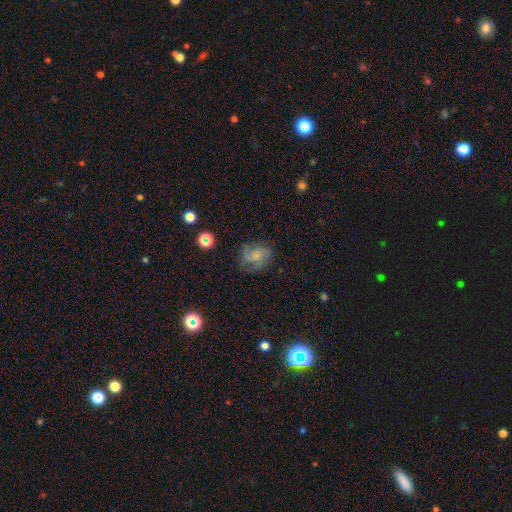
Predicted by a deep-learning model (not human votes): Smooth or featured?
  - smooth: 59% *
  - featured or disk: 26%
  - star or artifact: 15%
How rounded?
  - round: 57% *
  - in between: 42%
  - cigar-shaped: 1%
Merging?
  - none: 61% *
  - minor disturbance: 23%
  - major disturbance: 14%
  - merger: 2%